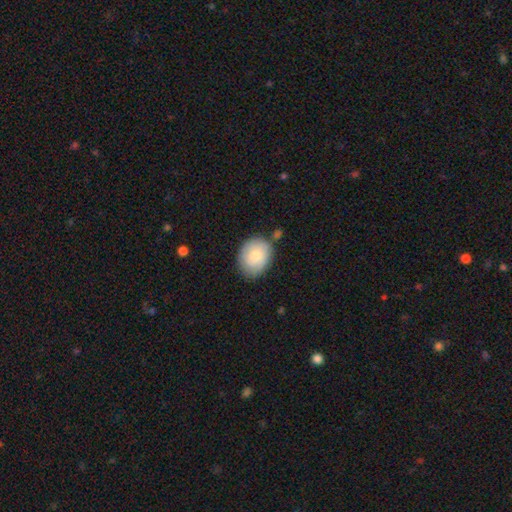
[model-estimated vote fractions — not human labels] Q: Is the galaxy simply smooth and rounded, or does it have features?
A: smooth — 72%.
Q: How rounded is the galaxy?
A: in between — 50%.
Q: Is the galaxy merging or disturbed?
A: none — 73%.